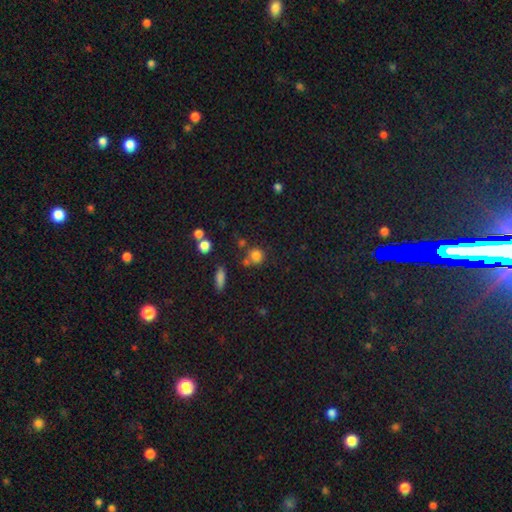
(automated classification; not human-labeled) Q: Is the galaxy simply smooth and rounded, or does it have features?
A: smooth — 79%.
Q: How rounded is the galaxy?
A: round — 86%.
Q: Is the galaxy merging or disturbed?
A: none — 64%.